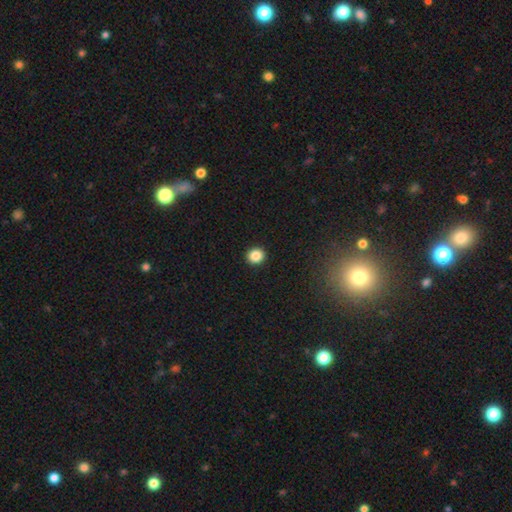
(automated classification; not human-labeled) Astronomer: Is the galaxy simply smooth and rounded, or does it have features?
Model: smooth — 87%.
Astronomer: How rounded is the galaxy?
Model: round — 85%.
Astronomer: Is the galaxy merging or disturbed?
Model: none — 93%.